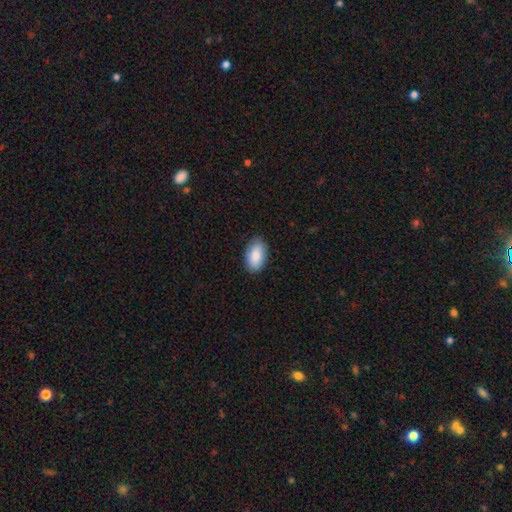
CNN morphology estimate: A smooth galaxy with no disk features (86%) that is in between round and cigar-shaped (94%). Merging: none (85%).